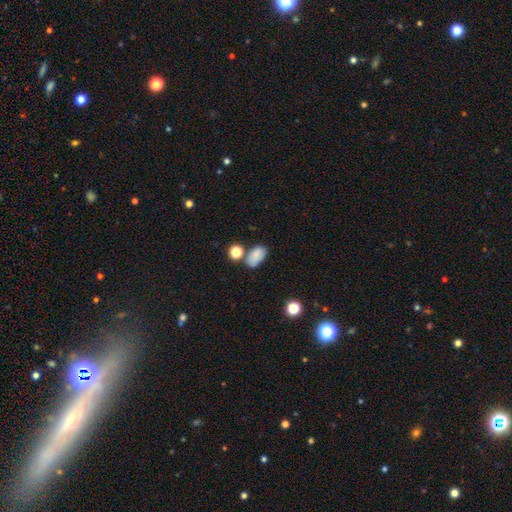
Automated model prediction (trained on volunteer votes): Smooth or featured? Predicted: smooth (p=0.80). How rounded? Predicted: in between (p=0.89). Merging? Predicted: none (p=0.60).